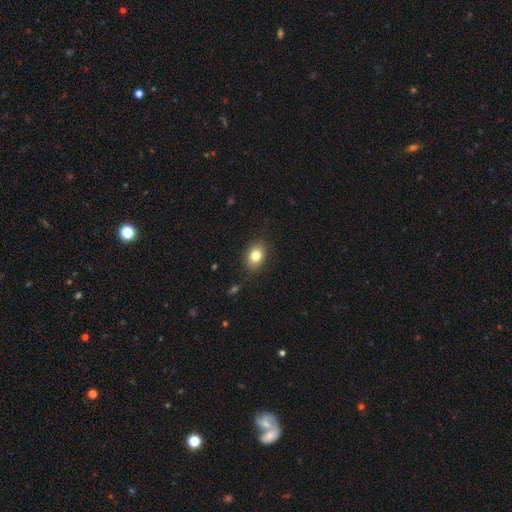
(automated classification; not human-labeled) smooth-or-featured: smooth: 81% | star or artifact: 10% | featured or disk: 9%
  how-rounded: in between: 71% | round: 27% | cigar-shaped: 1%
  merging: none: 85% | minor disturbance: 11% | major disturbance: 3% | merger: 1%